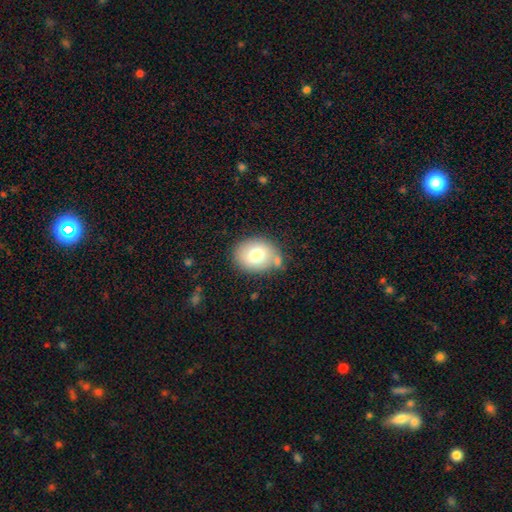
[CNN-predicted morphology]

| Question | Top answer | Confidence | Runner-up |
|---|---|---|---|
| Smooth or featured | smooth | 74% | featured or disk (17%) |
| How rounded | in between | 56% | round (43%) |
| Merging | none | 72% | minor disturbance (16%) |